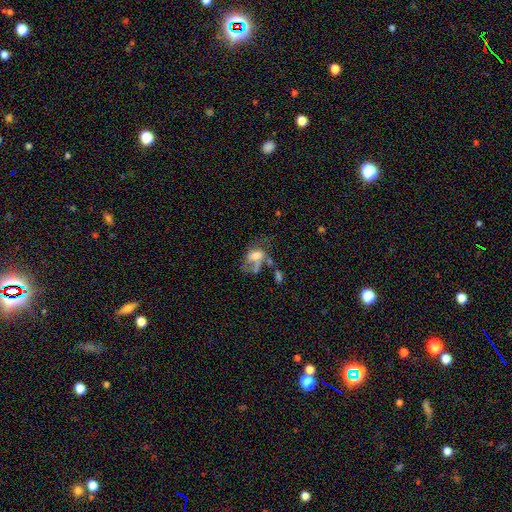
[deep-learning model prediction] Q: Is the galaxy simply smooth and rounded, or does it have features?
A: featured or disk — 49%.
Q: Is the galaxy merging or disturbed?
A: major disturbance — 37%.